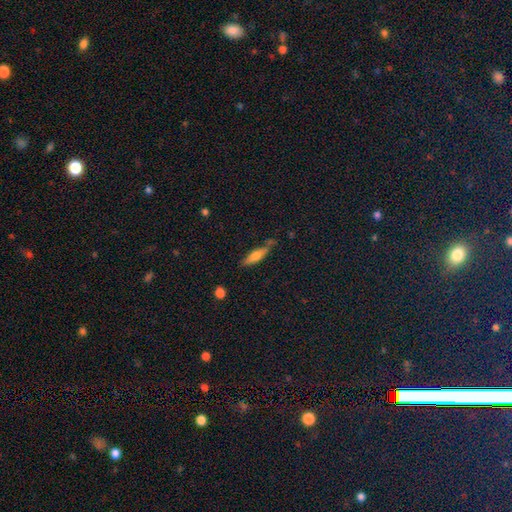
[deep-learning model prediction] A smooth galaxy with no disk features (58%) that is cigar-shaped (67%). Merging: none (67%).